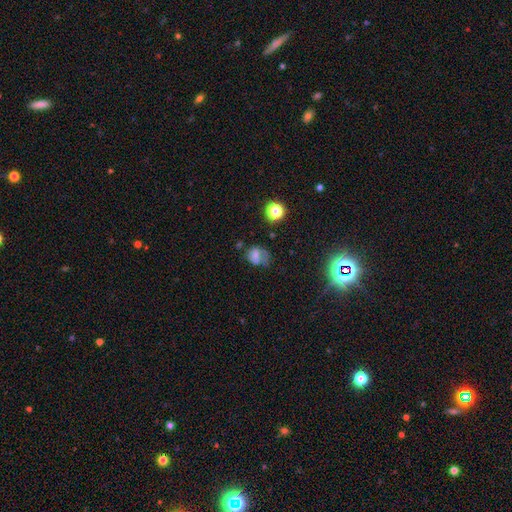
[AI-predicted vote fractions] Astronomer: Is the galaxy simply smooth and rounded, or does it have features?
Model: smooth — 59%.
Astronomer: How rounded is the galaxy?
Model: round — 50% (runner-up: in between, 49%).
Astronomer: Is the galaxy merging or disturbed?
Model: none — 37% (runner-up: minor disturbance, 30%).